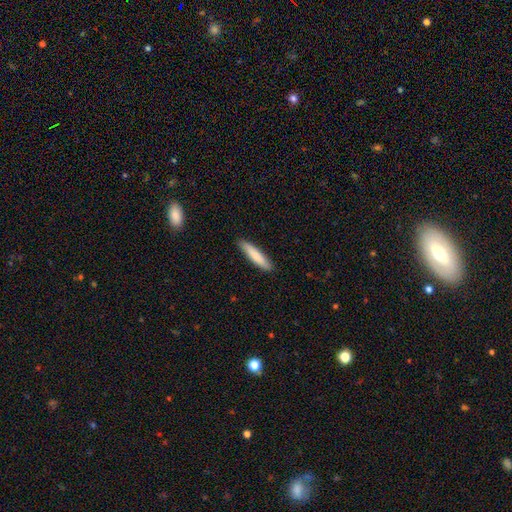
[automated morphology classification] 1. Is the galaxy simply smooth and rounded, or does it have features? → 81% smooth, 14% featured or disk, 5% star or artifact.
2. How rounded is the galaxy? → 86% cigar-shaped, 13% in between, 1% round.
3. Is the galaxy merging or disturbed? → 89% none, 8% minor disturbance, 1% major disturbance, 1% merger.